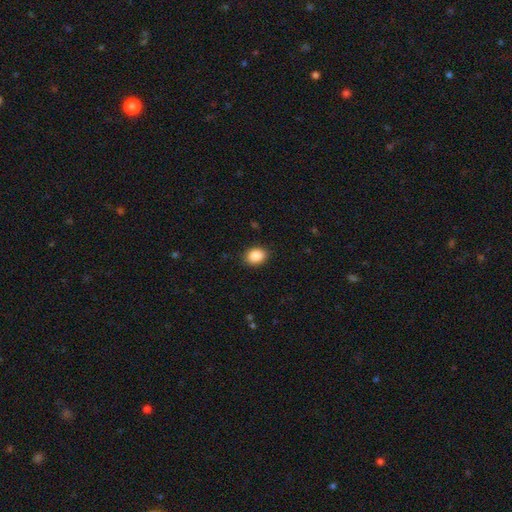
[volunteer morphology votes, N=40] A smooth galaxy with no disk features (90%) that is in between round and cigar-shaped (58%).

Vote fractions:
- Smooth or featured? smooth: 90% / star or artifact: 8% / featured or disk: 2%
- How rounded? in between: 58% / round: 42% / cigar-shaped: 0%
- Merging? none: 89% / minor disturbance: 8% / merger: 3% / major disturbance: 0%